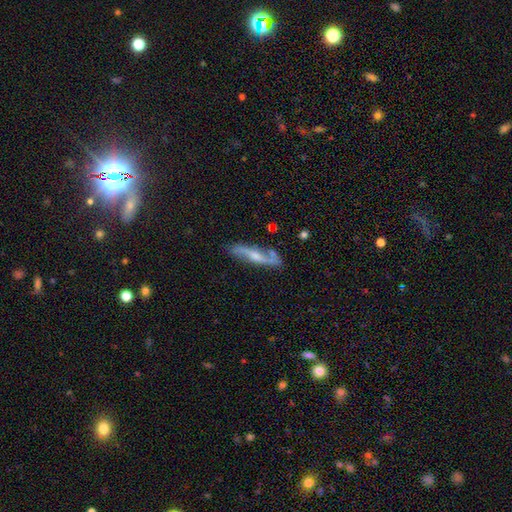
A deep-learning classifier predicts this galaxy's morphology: Overall: featured or disk (75%). Edge-on disk: no (67%; yes 33%). Bar: no (44%; weak 39%). Spiral arms: yes (92%). Bulge size: moderate (48%; small 37%). Merging: none (74%).